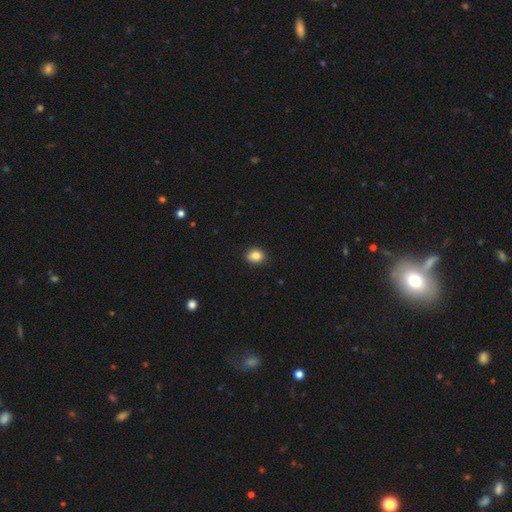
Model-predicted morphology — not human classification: smooth_or_featured: smooth (p=0.85) [alt: star or artifact p=0.10]
how_rounded: round (p=0.57) [alt: in between p=0.42]
merging: none (p=0.88) [alt: minor disturbance p=0.09]